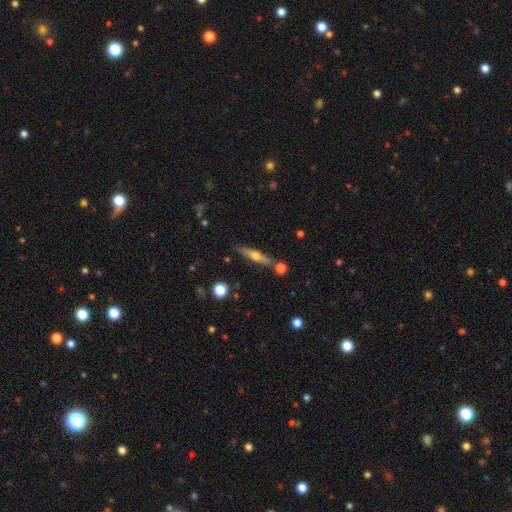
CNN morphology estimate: featured or disk 54%, smooth 39%, star or artifact 7%. Down the decision tree: edge-on disk — yes (93%); edge-on bulge — rounded (90%); merging — none (78%).